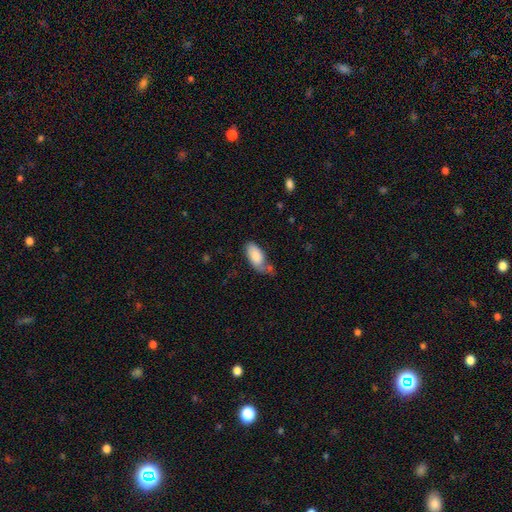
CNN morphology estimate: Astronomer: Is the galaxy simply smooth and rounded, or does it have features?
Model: smooth — 83%.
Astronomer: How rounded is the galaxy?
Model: in between — 92%.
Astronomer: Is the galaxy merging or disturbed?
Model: none — 41% (runner-up: minor disturbance, 32%).